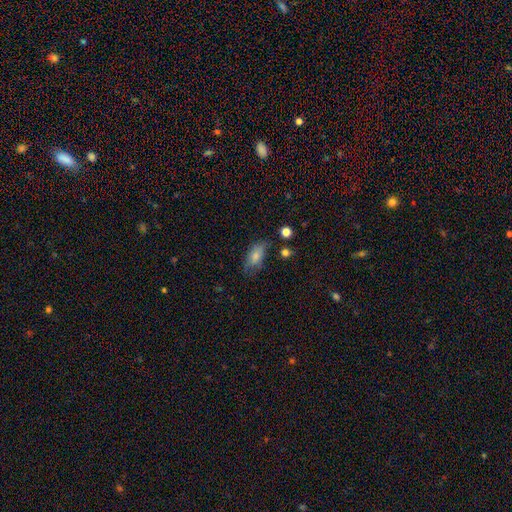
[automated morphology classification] The model was most divided on "merging": none: 56%, minor disturbance: 29%, major disturbance: 11%, merger: 4%. More confident: how rounded — in between (89%); smooth or featured — smooth (76%).